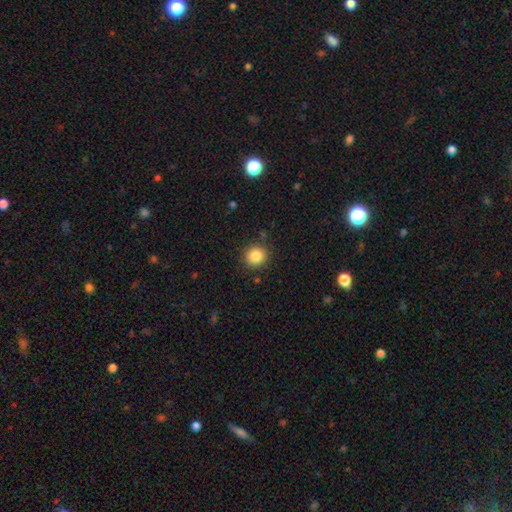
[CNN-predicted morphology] The model was most divided on "smooth or featured": smooth: 86%, star or artifact: 10%, featured or disk: 4%. More confident: how rounded — round (88%); merging — none (87%).